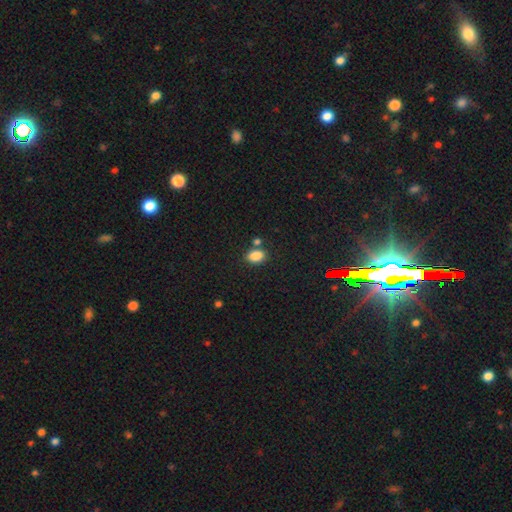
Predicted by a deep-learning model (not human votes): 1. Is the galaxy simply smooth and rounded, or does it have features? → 85% smooth, 10% star or artifact, 5% featured or disk.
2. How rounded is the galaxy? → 78% in between, 21% round, 1% cigar-shaped.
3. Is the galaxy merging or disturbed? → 71% none, 15% merger, 11% minor disturbance, 3% major disturbance.